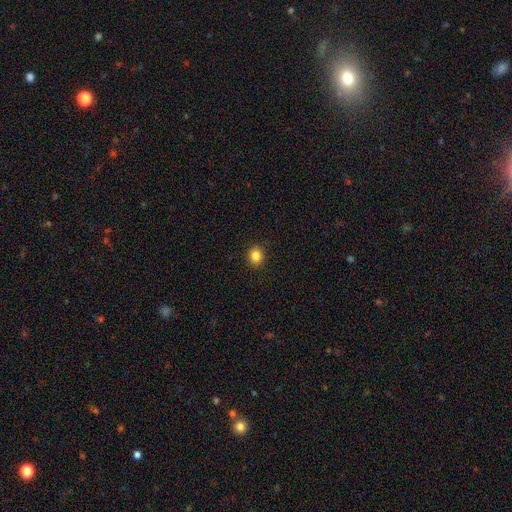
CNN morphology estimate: Smooth or featured? Predicted: smooth (p=0.85). How rounded? Predicted: round (p=0.78). Merging? Predicted: none (p=0.92).